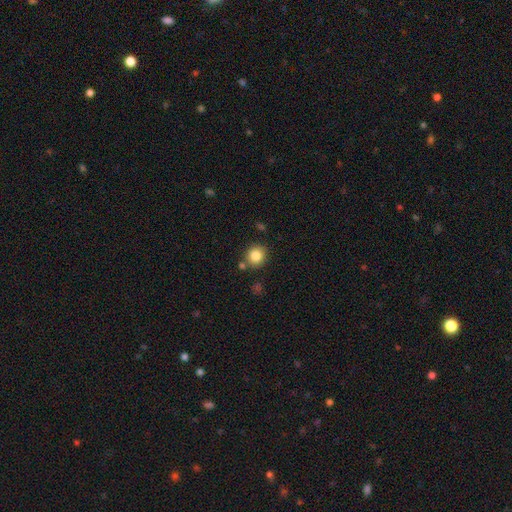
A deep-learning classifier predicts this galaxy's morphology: This is clearly a smooth galaxy (84%). How rounded: clearly round (88%). Merging: clearly none (82%).